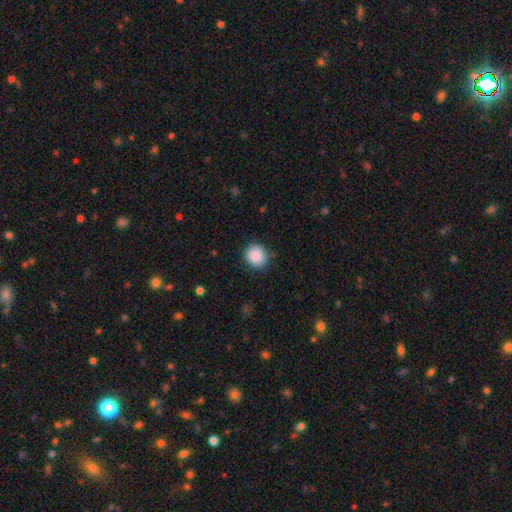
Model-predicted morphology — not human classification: Q: Smooth or featured?
A: smooth (88%); runner-up: star or artifact (8%)
Q: How rounded?
A: round (80%); runner-up: in between (20%)
Q: Merging?
A: none (85%); runner-up: minor disturbance (11%)